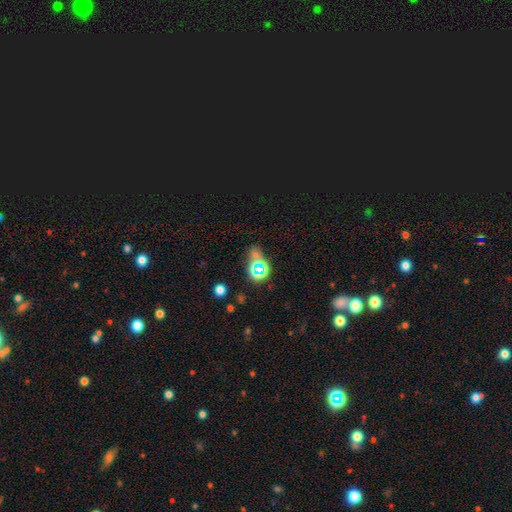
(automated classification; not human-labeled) This appears to be a star or artifact, not a galaxy (62%).